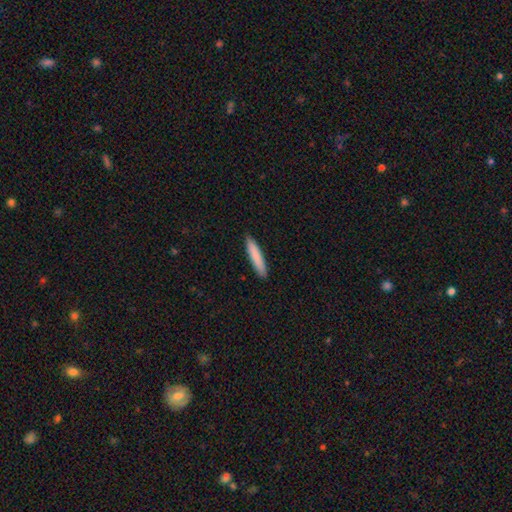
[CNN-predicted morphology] This appears to be a smooth galaxy with no disk features (84%) that is cigar-shaped (91%). Merging: none (91%).